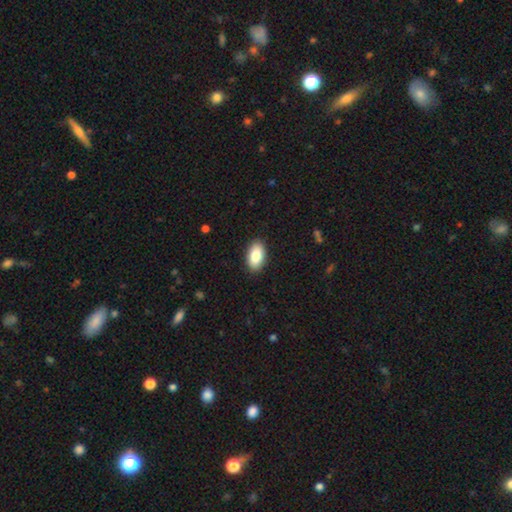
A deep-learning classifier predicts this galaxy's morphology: smooth-or-featured: smooth: 85% | featured or disk: 8% | star or artifact: 6%
  how-rounded: in between: 94% | round: 4% | cigar-shaped: 2%
  merging: none: 90% | minor disturbance: 8% | major disturbance: 2% | merger: 1%